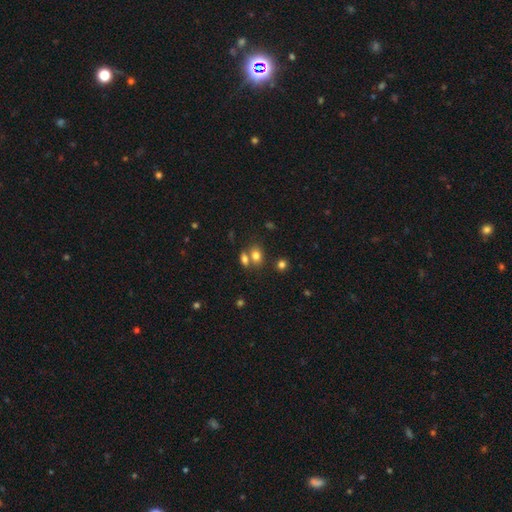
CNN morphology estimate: A smooth galaxy with no disk features (77%) that is in between round and cigar-shaped (66%). Merging: none (48%).